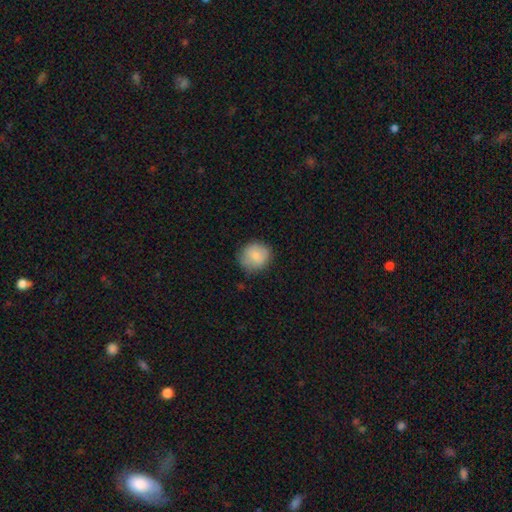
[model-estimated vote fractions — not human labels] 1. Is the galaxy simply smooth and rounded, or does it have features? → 82% smooth, 11% featured or disk, 7% star or artifact.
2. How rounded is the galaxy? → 82% round, 17% in between, 1% cigar-shaped.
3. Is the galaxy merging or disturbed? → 77% none, 18% minor disturbance, 4% major disturbance, 1% merger.